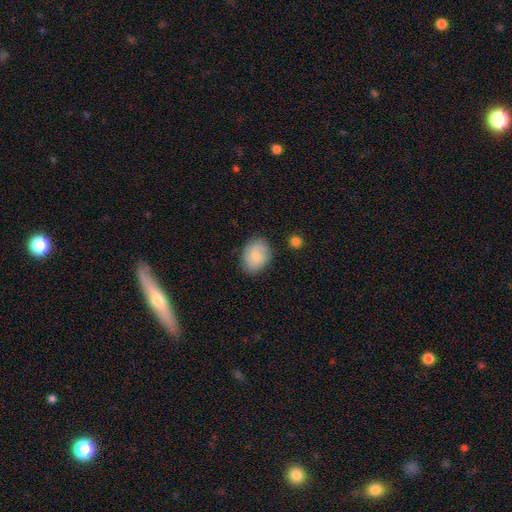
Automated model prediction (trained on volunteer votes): Smooth or featured?
  - smooth: 75% *
  - featured or disk: 18%
  - star or artifact: 7%
How rounded?
  - in between: 63% *
  - round: 36%
  - cigar-shaped: 1%
Merging?
  - none: 81% *
  - minor disturbance: 14%
  - major disturbance: 3%
  - merger: 2%